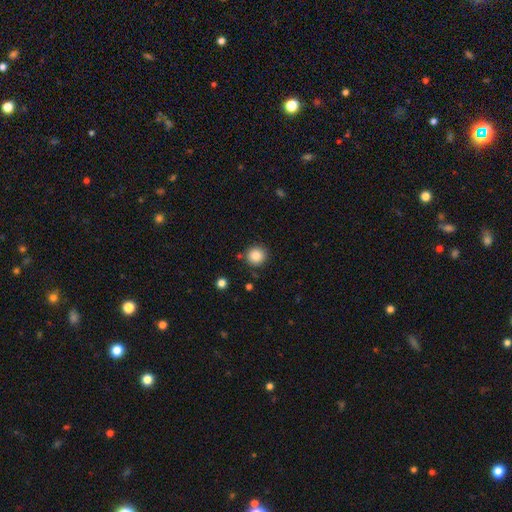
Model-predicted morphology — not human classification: smooth_or_featured: smooth (p=0.85) [alt: star or artifact p=0.10]
how_rounded: round (p=0.93) [alt: in between p=0.06]
merging: none (p=0.87) [alt: minor disturbance p=0.08]